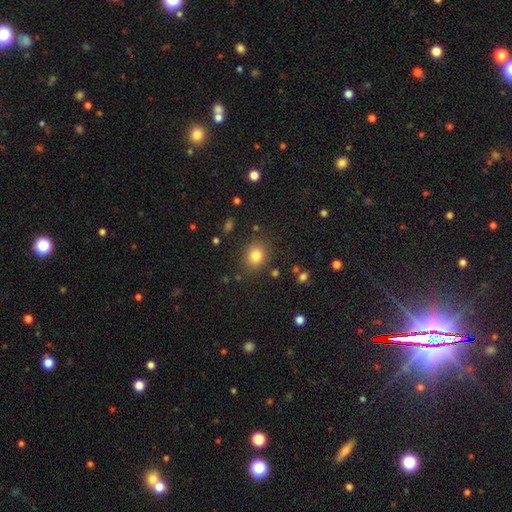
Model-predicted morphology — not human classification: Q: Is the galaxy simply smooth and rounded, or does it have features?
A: smooth — 80%.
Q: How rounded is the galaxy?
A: round — 65%.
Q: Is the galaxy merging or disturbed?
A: none — 84%.